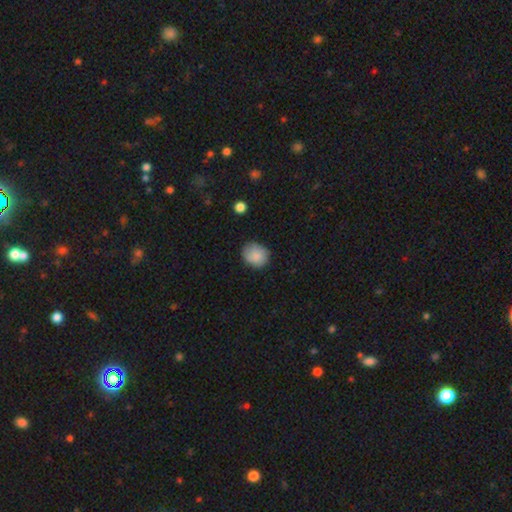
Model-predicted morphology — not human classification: Smooth or featured? smooth (84%)
How rounded? round (67%)
Merging? none (73%)